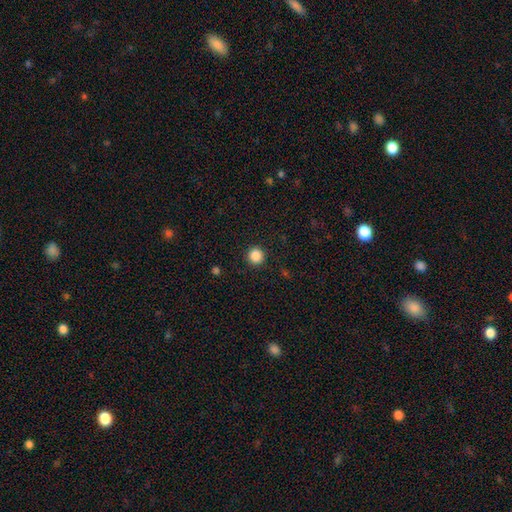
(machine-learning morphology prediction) This is clearly a smooth galaxy (87%). How rounded: clearly round (95%). Merging: clearly none (92%).